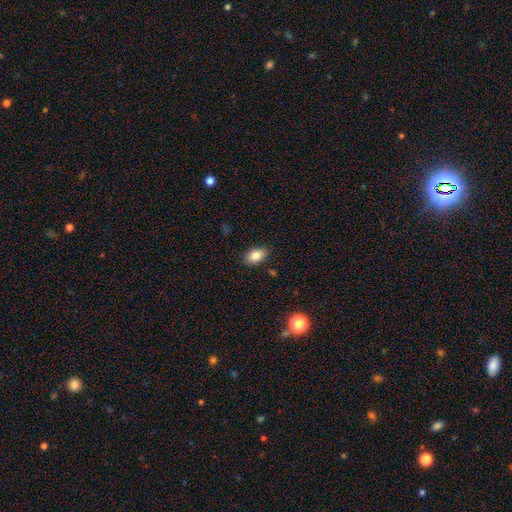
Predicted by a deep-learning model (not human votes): Smooth or featured?
  - smooth: 84% *
  - star or artifact: 8%
  - featured or disk: 8%
How rounded?
  - in between: 88% *
  - round: 10%
  - cigar-shaped: 2%
Merging?
  - none: 85% *
  - minor disturbance: 11%
  - major disturbance: 2%
  - merger: 1%